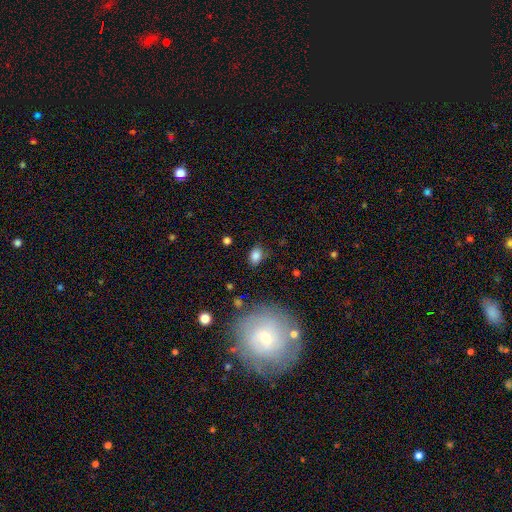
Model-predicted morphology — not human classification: Smooth or featured? Predicted: smooth (p=0.84). How rounded? Predicted: in between (p=0.77). Merging? Predicted: none (p=0.80).